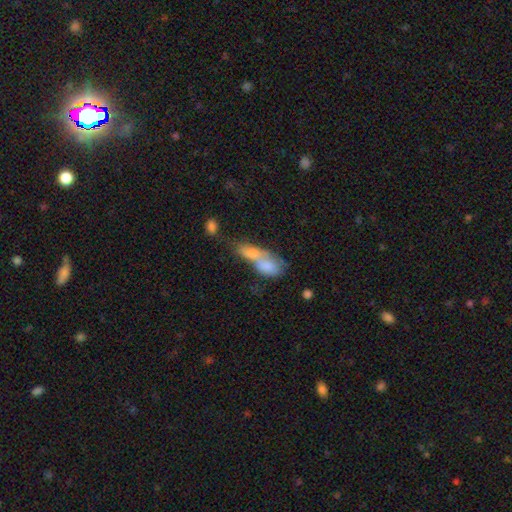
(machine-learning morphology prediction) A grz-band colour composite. It shows a smooth galaxy with no disk features (65%) that is in between round and cigar-shaped (72%). Merging: merger (70%).